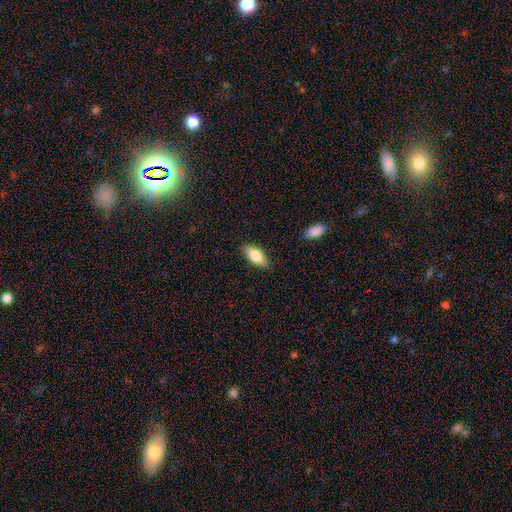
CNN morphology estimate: Overall: smooth (81%). How rounded: in between (85%). Merging: none (87%).